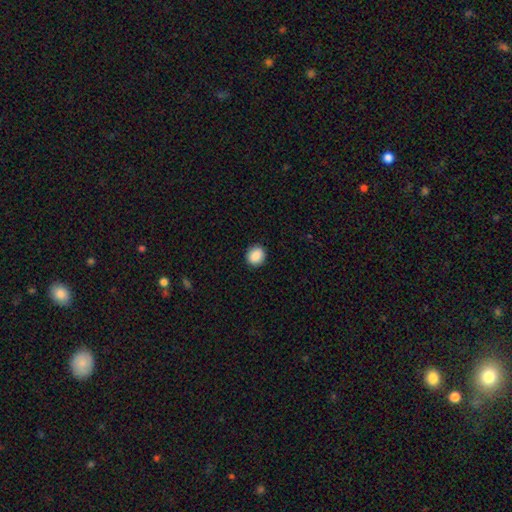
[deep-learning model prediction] Overall: smooth (89%). How rounded: round (73%). Merging: none (90%).